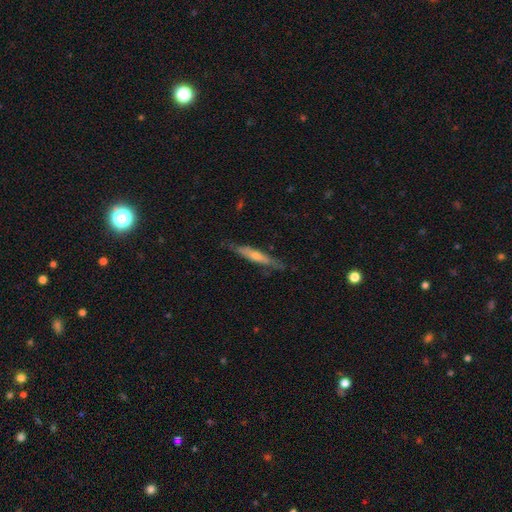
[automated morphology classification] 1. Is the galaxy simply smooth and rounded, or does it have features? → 48% featured or disk, 46% smooth, 6% star or artifact.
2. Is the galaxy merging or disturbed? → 74% none, 20% minor disturbance, 4% major disturbance, 2% merger.